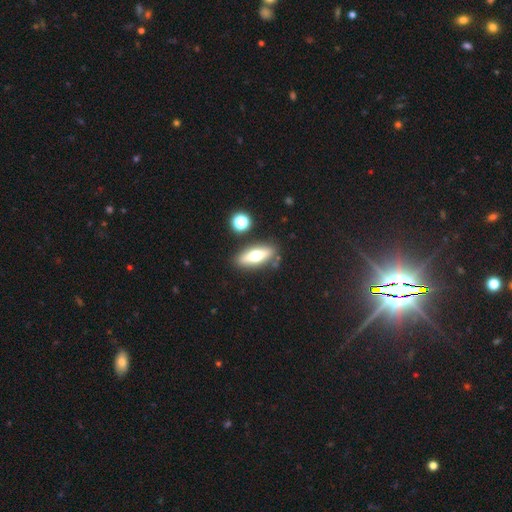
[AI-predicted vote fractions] Smooth or featured?
  - smooth: 48% *
  - featured or disk: 44%
  - star or artifact: 8%
Merging?
  - none: 82% *
  - minor disturbance: 10%
  - merger: 5%
  - major disturbance: 3%